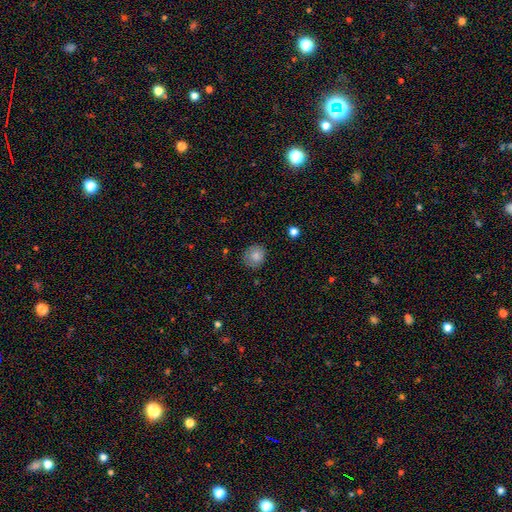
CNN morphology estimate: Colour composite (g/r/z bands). It shows a smooth galaxy with no disk features (81%) that is round (79%). Merging: none (81%).